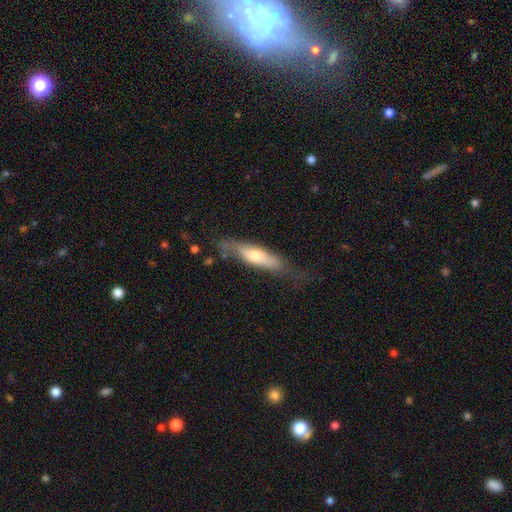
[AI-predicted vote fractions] Smooth or featured: smooth — 52% (featured or disk — 42%)
How rounded: cigar-shaped — 65% (in between — 33%)
Merging: none — 54% (minor disturbance — 29%)